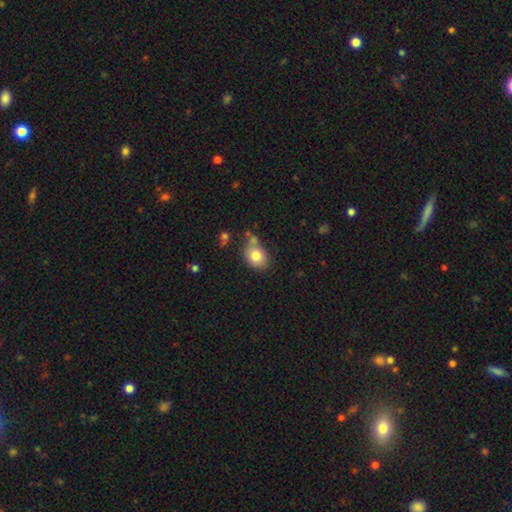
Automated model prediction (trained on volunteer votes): Smooth or featured: smooth — 79% (featured or disk — 12%)
How rounded: in between — 57% (round — 42%)
Merging: none — 59% (minor disturbance — 20%)